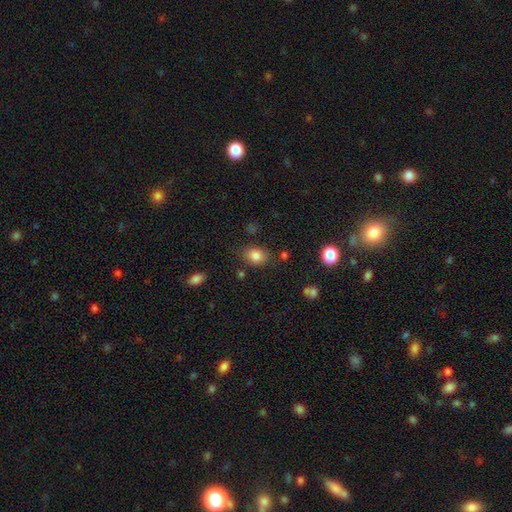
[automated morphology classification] This appears to be a smooth galaxy with no disk features (83%) that is in between round and cigar-shaped (59%). Merging: none (77%).